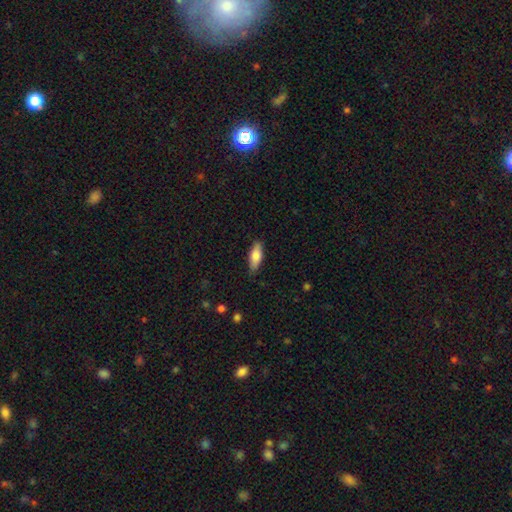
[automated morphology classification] A smooth galaxy with no disk features (76%) that is in between round and cigar-shaped (68%). Merging: none (82%).